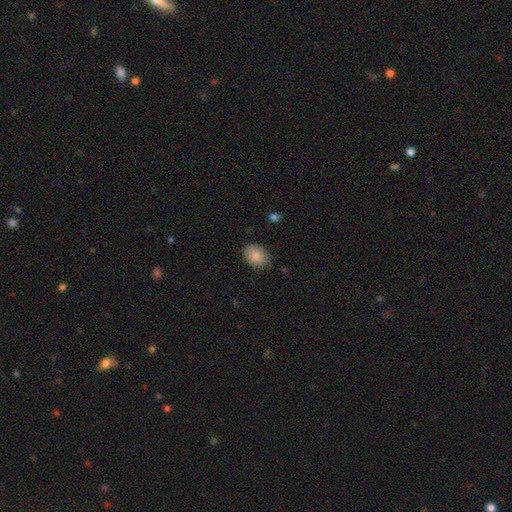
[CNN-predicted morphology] Smooth or featured?
  - smooth: 87% *
  - star or artifact: 7%
  - featured or disk: 6%
How rounded?
  - in between: 70% *
  - round: 29%
  - cigar-shaped: 1%
Merging?
  - none: 80% *
  - minor disturbance: 16%
  - major disturbance: 3%
  - merger: 1%